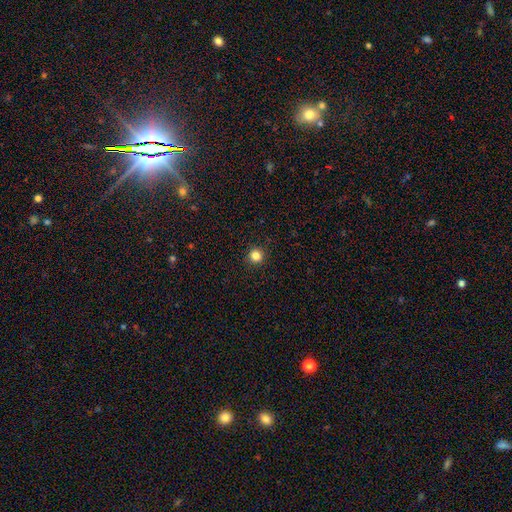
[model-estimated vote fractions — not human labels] The model was most divided on "smooth or featured": smooth: 83%, star or artifact: 12%, featured or disk: 4%. More confident: how rounded — round (95%); merging — none (93%).